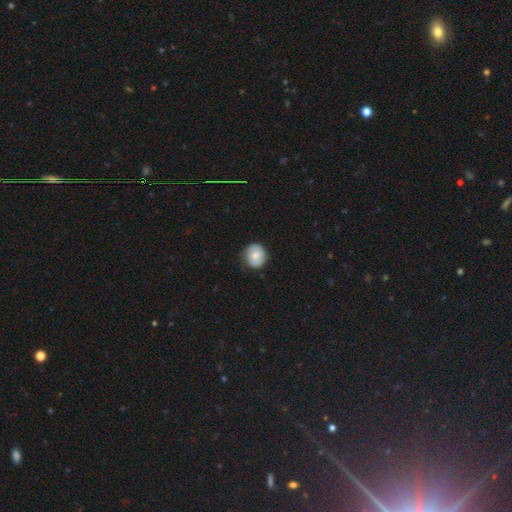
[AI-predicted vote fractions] Morphology: type=smooth (69%); roundness=round (86%); merging=none (81%).